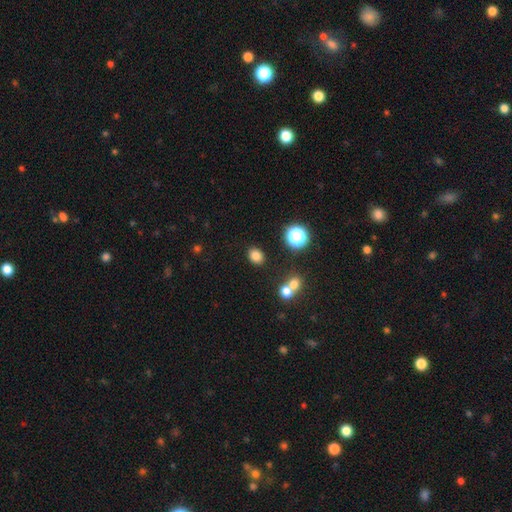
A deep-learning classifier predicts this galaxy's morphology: The model was most divided on "how rounded": in between: 52%, round: 47%, cigar-shaped: 1%. More confident: merging — none (84%); smooth or featured — smooth (80%).